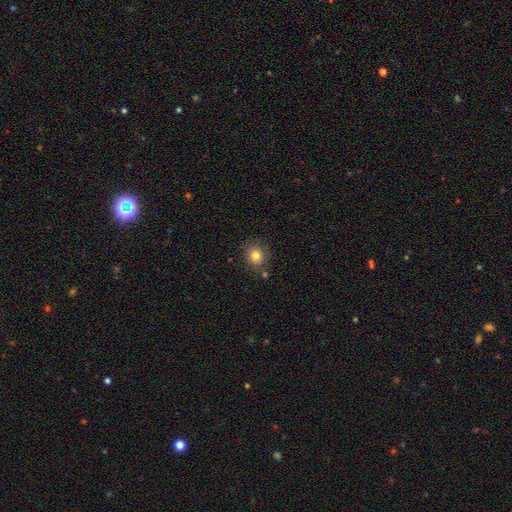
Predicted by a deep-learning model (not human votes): Smooth or featured: smooth — 82% (star or artifact — 10%)
How rounded: round — 75% (in between — 24%)
Merging: none — 75% (minor disturbance — 14%)